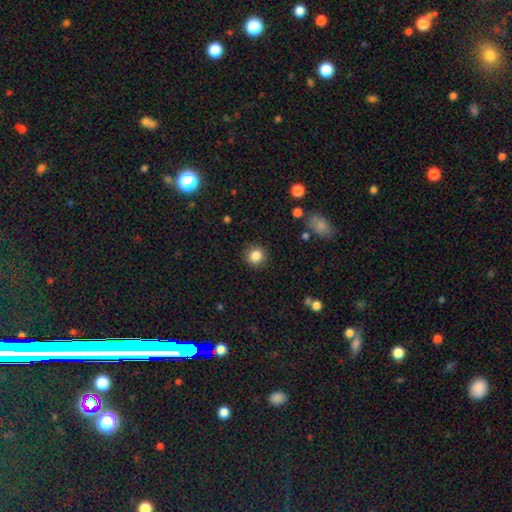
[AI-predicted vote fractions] Overall: smooth (85%). How rounded: round (89%). Merging: none (89%).